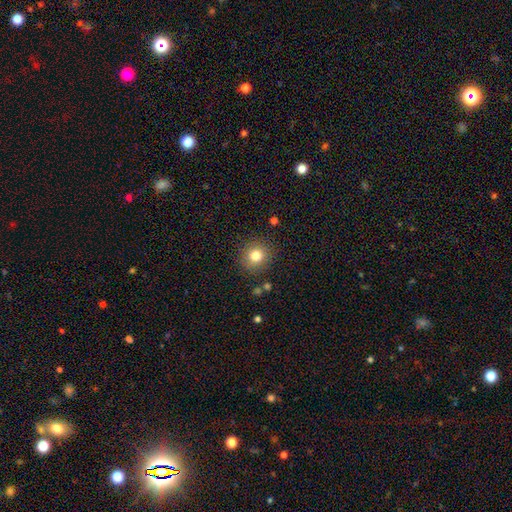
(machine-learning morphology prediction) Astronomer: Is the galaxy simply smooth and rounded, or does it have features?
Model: smooth — 80%.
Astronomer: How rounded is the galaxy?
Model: round — 89%.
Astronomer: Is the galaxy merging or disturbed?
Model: none — 87%.